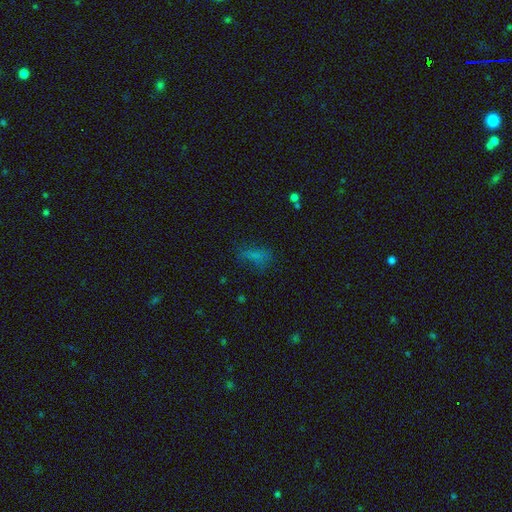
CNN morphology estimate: Smooth or featured: smooth — 65% (star or artifact — 21%)
How rounded: in between — 74% (cigar-shaped — 17%)
Merging: none — 50% (minor disturbance — 24%)